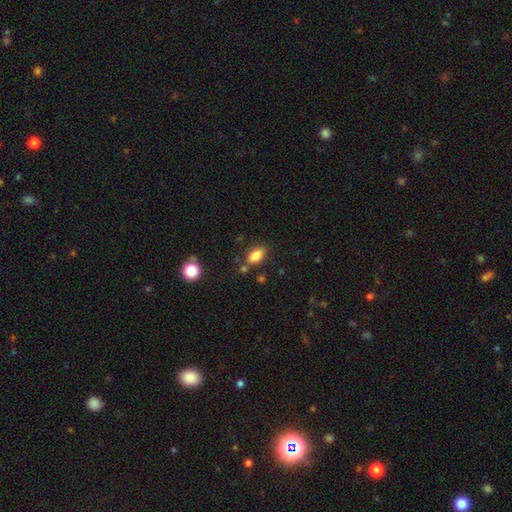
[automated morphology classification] Overall: smooth (83%). How rounded: in between (87%). Merging: none (76%).